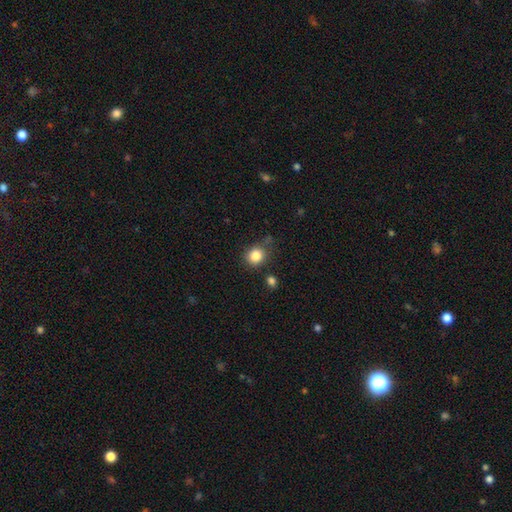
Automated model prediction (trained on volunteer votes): Smooth or featured? Predicted: smooth (p=0.84). How rounded? Predicted: round (p=0.80). Merging? Predicted: none (p=0.76).